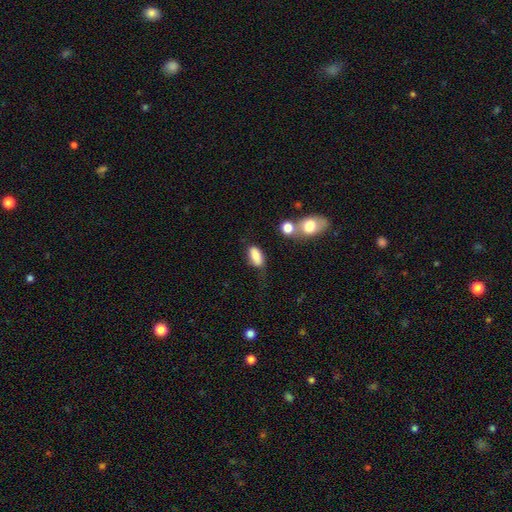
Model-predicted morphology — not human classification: Smooth or featured: smooth — 84% (featured or disk — 8%)
How rounded: in between — 88% (cigar-shaped — 7%)
Merging: none — 54% (minor disturbance — 26%)